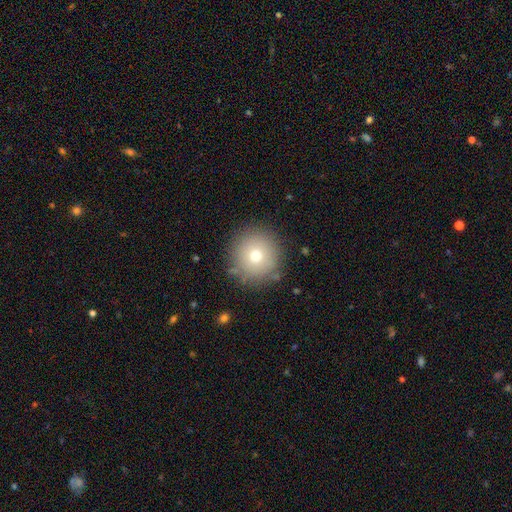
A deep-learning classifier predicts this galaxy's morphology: The model was most divided on "smooth or featured": smooth: 72%, featured or disk: 14%, star or artifact: 14%. More confident: how rounded — round (95%); merging — none (87%).